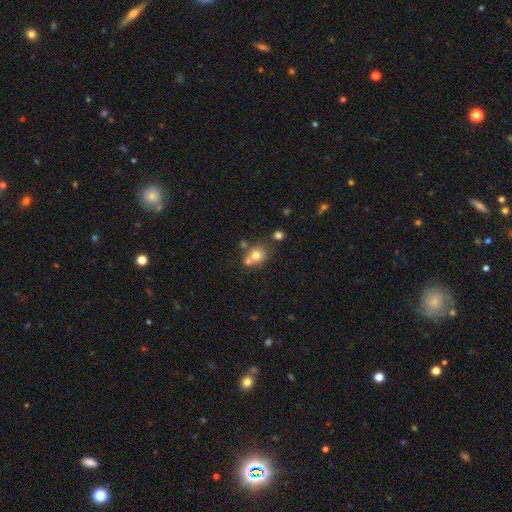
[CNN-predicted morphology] Smooth or featured?
  - smooth: 73% *
  - featured or disk: 15%
  - star or artifact: 12%
How rounded?
  - round: 75% *
  - in between: 24%
  - cigar-shaped: 1%
Merging?
  - none: 47% *
  - merger: 39%
  - minor disturbance: 10%
  - major disturbance: 4%